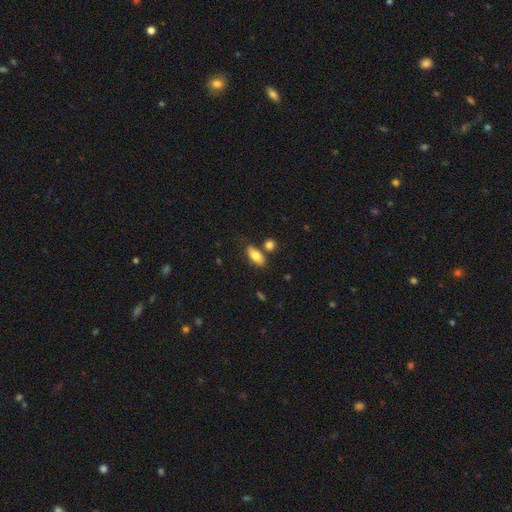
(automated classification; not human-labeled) Overall: smooth (80%). How rounded: in between (85%). Merging: none (71%).